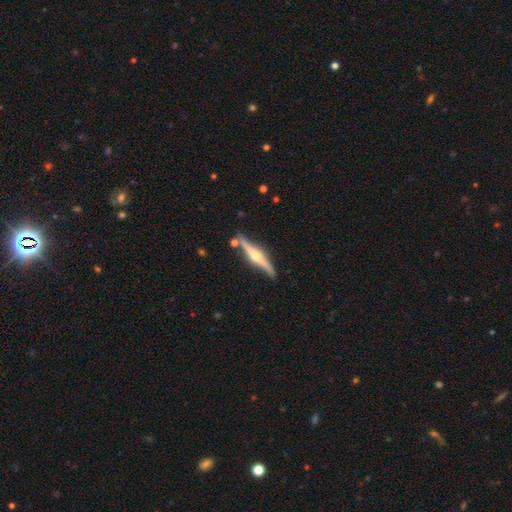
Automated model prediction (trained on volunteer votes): Morphology: type=featured or disk (76%); edge-on=yes (97%); edge-on bulge=rounded (92%); merging=none (81%).